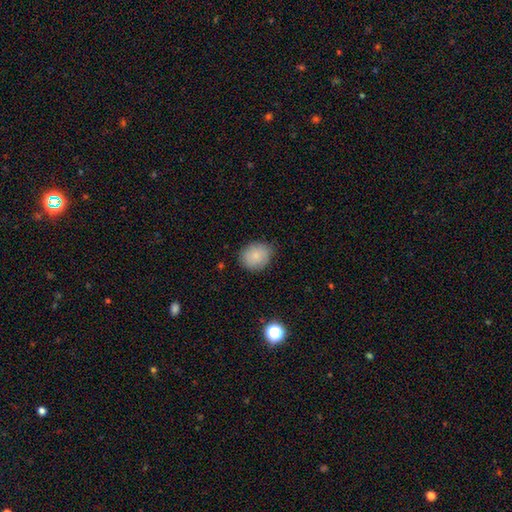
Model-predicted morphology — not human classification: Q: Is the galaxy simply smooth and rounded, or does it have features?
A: smooth — 84%.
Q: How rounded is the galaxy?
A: round — 68%.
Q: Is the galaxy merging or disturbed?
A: none — 78%.